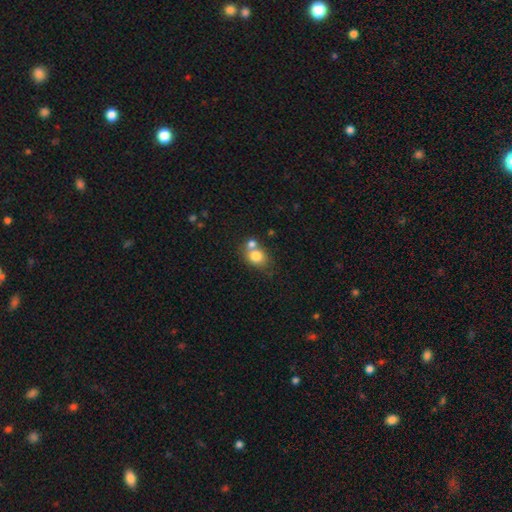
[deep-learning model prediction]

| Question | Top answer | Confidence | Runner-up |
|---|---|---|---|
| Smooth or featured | smooth | 79% | featured or disk (11%) |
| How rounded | round | 56% | in between (43%) |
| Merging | none | 46% | merger (39%) |